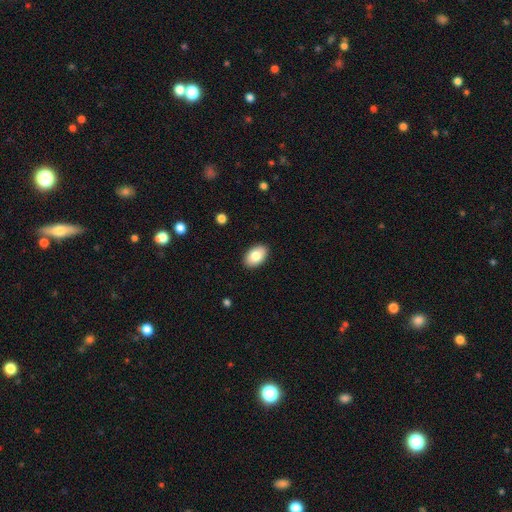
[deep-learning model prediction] A smooth galaxy with no disk features (82%) that is in between round and cigar-shaped (92%). Merging: none (90%).